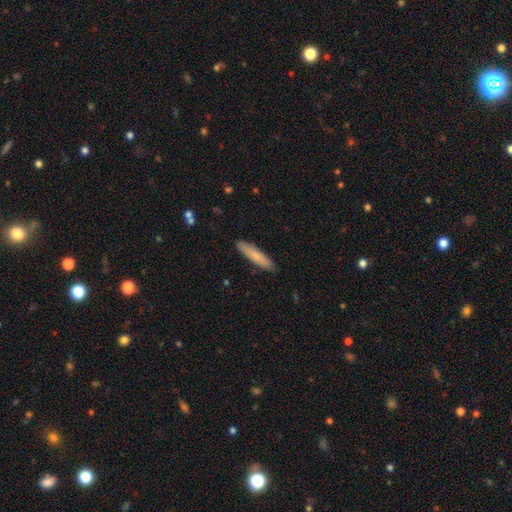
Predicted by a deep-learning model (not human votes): The model was most divided on "smooth or featured": smooth: 76%, featured or disk: 19%, star or artifact: 6%. More confident: merging — none (89%); how rounded — cigar-shaped (86%).